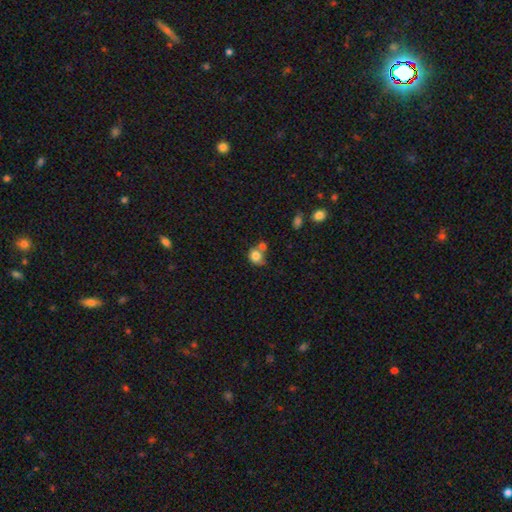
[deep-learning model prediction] Smooth or featured?
  - smooth: 80% *
  - featured or disk: 11%
  - star or artifact: 10%
How rounded?
  - round: 75% *
  - in between: 24%
  - cigar-shaped: 1%
Merging?
  - none: 42% *
  - merger: 35%
  - minor disturbance: 16%
  - major disturbance: 7%